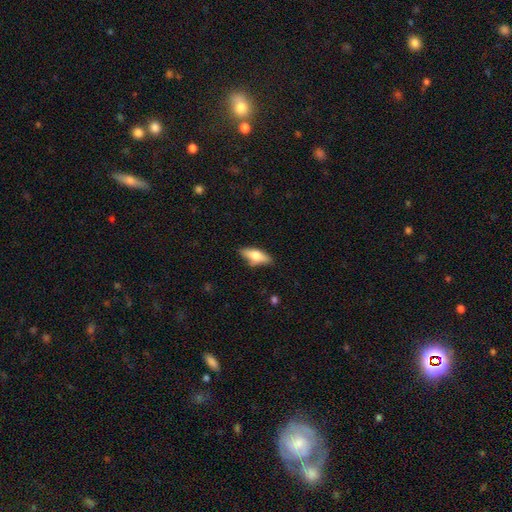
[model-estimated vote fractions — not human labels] smooth 67%, featured or disk 27%, star or artifact 6%. Down the decision tree: how rounded — in between (72%); merging — none (78%).